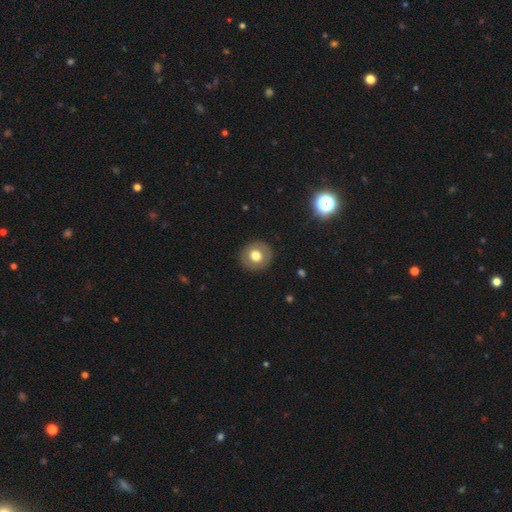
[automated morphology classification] smooth_or_featured: smooth (p=0.71) [alt: featured or disk p=0.20]
how_rounded: round (p=0.90) [alt: in between p=0.09]
merging: none (p=0.90) [alt: minor disturbance p=0.06]